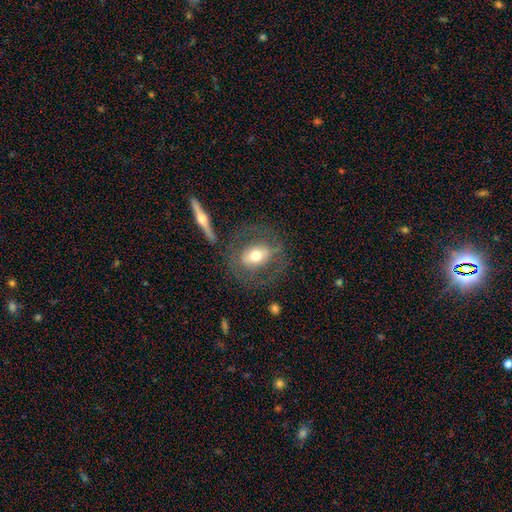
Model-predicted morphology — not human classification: This is possibly a featured or disk galaxy (50%). It is clearly not viewed edge-on (83%). Merging: likely none (66%).